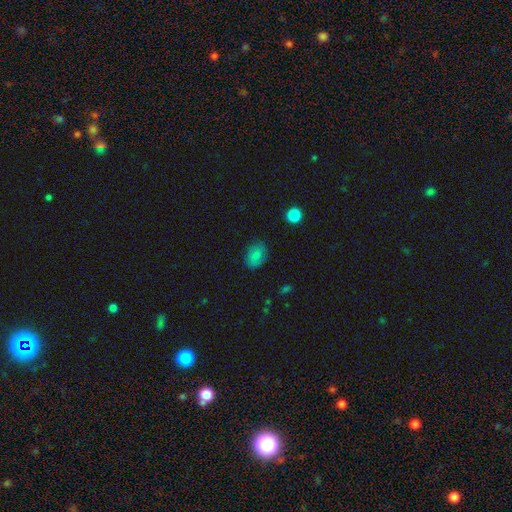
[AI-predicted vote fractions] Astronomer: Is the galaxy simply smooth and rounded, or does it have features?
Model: smooth — 82%.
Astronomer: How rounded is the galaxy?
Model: in between — 75%.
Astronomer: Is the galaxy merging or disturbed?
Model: none — 80%.